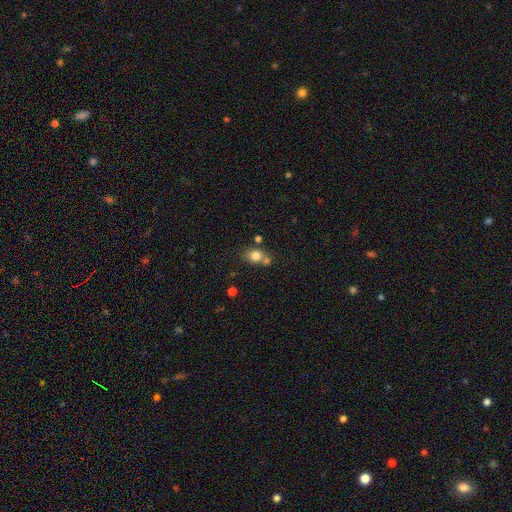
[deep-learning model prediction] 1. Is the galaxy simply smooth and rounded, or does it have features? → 79% smooth, 11% star or artifact, 9% featured or disk.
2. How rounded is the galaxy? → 58% round, 41% in between, 1% cigar-shaped.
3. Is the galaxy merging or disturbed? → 51% none, 32% merger, 12% minor disturbance, 4% major disturbance.